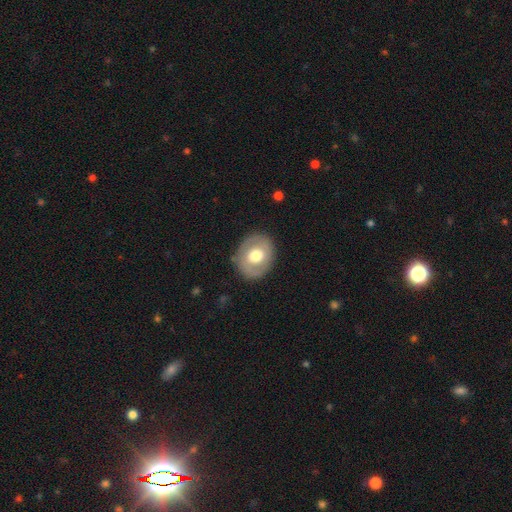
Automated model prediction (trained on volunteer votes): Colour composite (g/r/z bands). It shows a smooth galaxy with no disk features (55%) that is round (57%). Merging: none (83%).